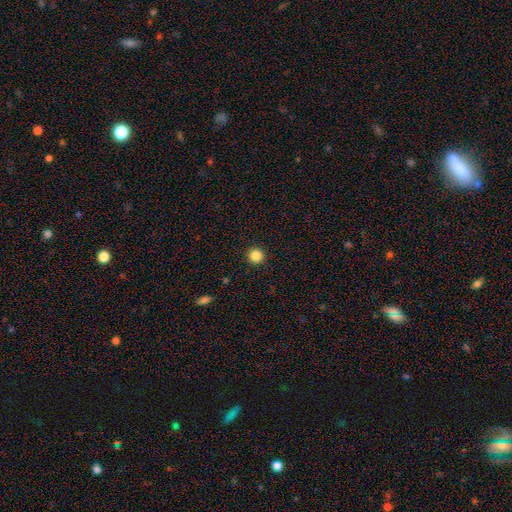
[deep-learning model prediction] smooth-or-featured: smooth: 85% | star or artifact: 11% | featured or disk: 4%
  how-rounded: round: 96% | in between: 3% | cigar-shaped: 1%
  merging: none: 93% | minor disturbance: 4% | major disturbance: 2% | merger: 1%